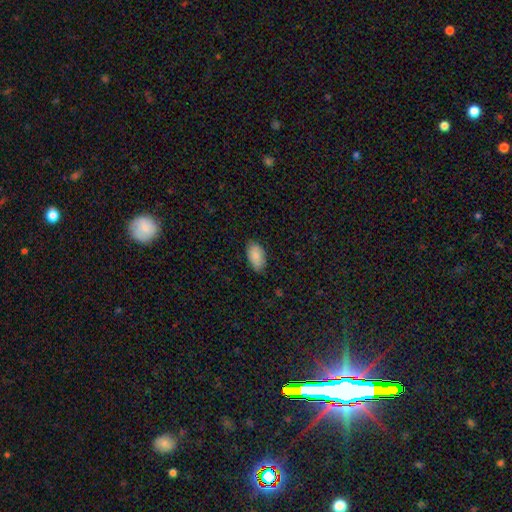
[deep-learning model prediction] Smooth or featured? Predicted: smooth (p=0.85). How rounded? Predicted: in between (p=0.95). Merging? Predicted: none (p=0.83).